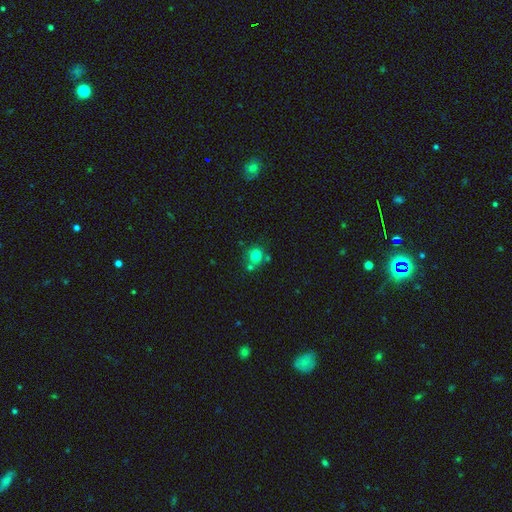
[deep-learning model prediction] Smooth or featured? smooth (77%)
How rounded? round (85%)
Merging? none (61%)